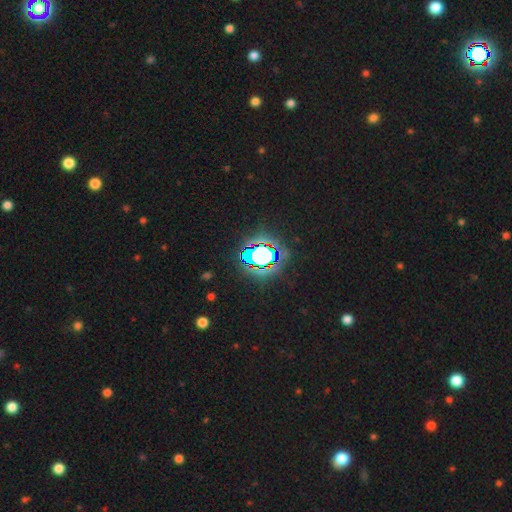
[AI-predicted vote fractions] Smooth or featured: star or artifact — 79% (smooth — 12%)